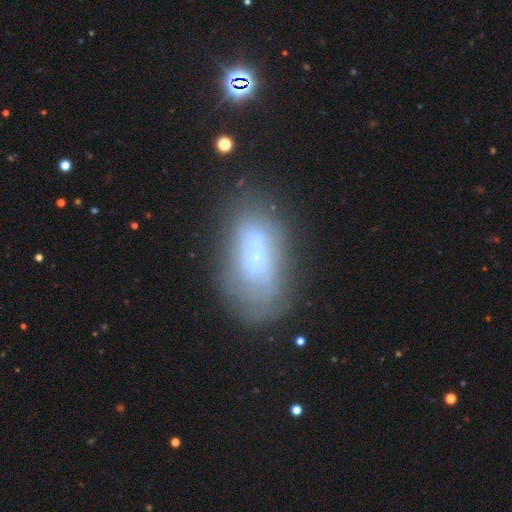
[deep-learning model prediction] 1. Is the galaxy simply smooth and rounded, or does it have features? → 49% smooth, 40% featured or disk, 11% star or artifact.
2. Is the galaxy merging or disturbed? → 60% none, 23% minor disturbance, 13% major disturbance, 4% merger.